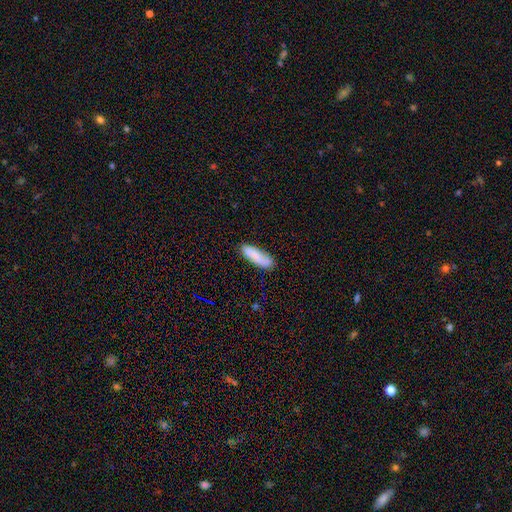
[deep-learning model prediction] The model was most divided on "how rounded": in between: 55%, cigar-shaped: 43%, round: 2%. More confident: merging — none (80%); smooth or featured — smooth (74%).